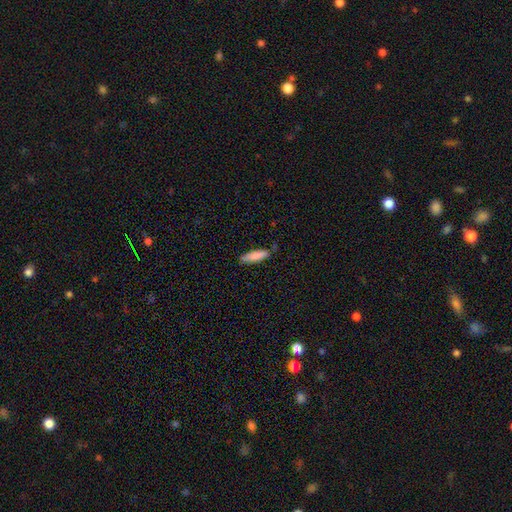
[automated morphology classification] Smooth or featured?
  - smooth: 82% *
  - featured or disk: 12%
  - star or artifact: 6%
How rounded?
  - cigar-shaped: 69% *
  - in between: 29%
  - round: 1%
Merging?
  - none: 82% *
  - minor disturbance: 14%
  - major disturbance: 2%
  - merger: 2%